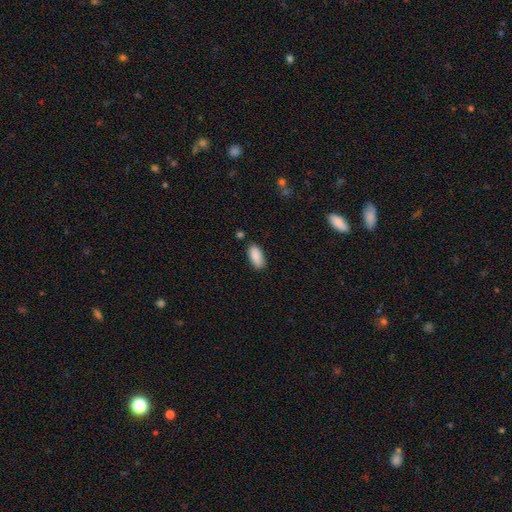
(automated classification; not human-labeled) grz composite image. It shows a smooth galaxy with no disk features (89%) that is in between round and cigar-shaped (87%). Merging: none (83%).